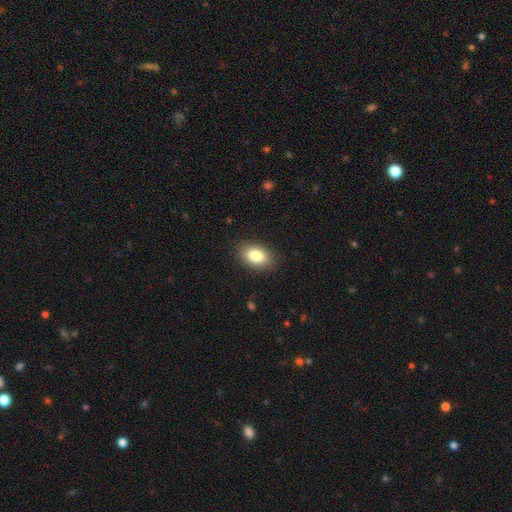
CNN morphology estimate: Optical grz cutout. It shows a smooth galaxy with no disk features (85%) that is in between round and cigar-shaped (91%). Merging: none (87%).